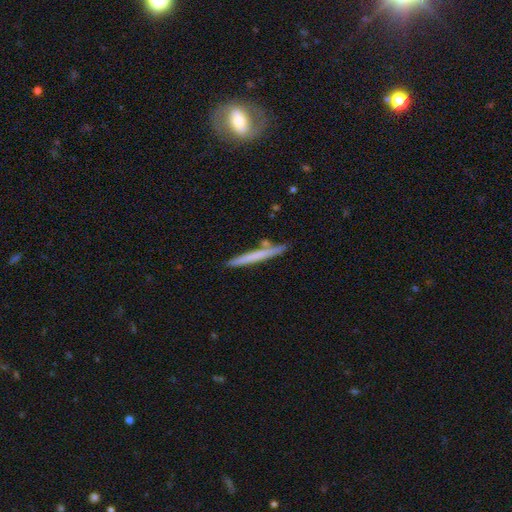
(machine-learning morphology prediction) Smooth or featured? Predicted: smooth (p=0.57). How rounded? Predicted: cigar-shaped (p=0.97). Merging? Predicted: none (p=0.84).